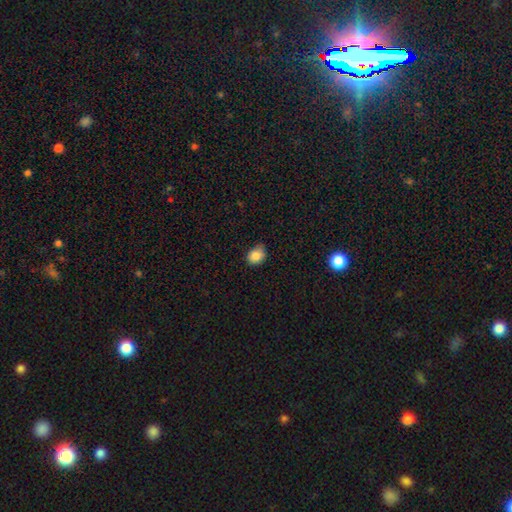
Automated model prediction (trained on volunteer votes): Overall: smooth (85%). How rounded: in between (52%; round 47%). Merging: none (68%).